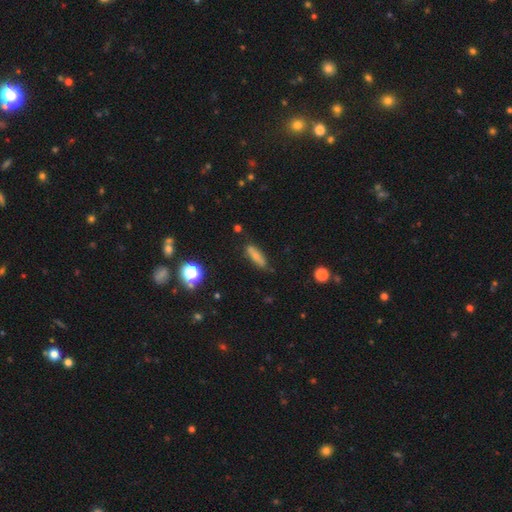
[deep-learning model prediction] smooth-or-featured: smooth: 72% | featured or disk: 18% | star or artifact: 10%
  how-rounded: cigar-shaped: 60% | in between: 37% | round: 3%
  merging: none: 78% | minor disturbance: 16% | major disturbance: 3% | merger: 2%